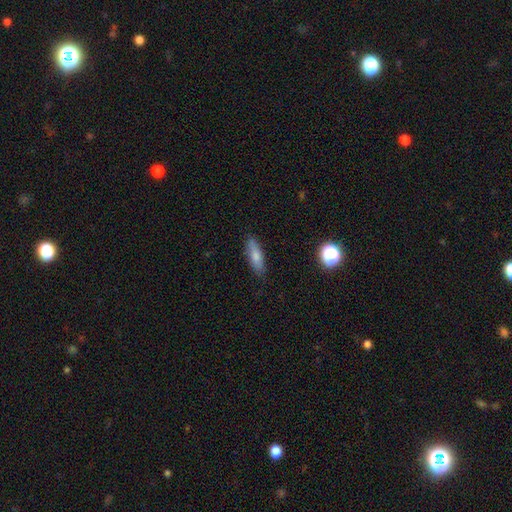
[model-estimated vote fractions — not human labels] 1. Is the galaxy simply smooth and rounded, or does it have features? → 75% smooth, 17% featured or disk, 8% star or artifact.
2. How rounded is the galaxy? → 54% cigar-shaped, 44% in between, 3% round.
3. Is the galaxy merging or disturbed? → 84% none, 12% minor disturbance, 2% major disturbance, 1% merger.